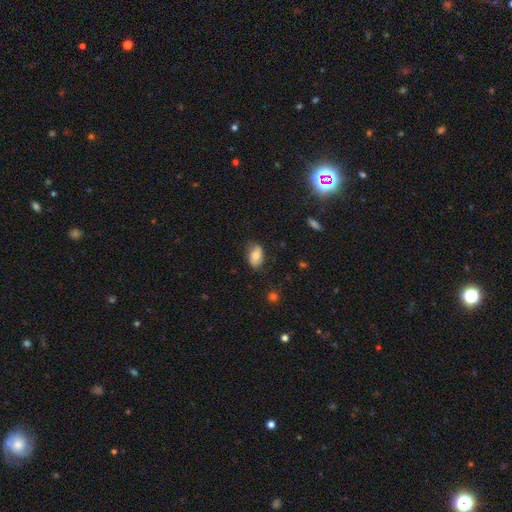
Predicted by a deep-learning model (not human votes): smooth-or-featured: smooth: 64% | featured or disk: 28% | star or artifact: 8%
  how-rounded: in between: 86% | round: 12% | cigar-shaped: 2%
  merging: none: 72% | minor disturbance: 21% | major disturbance: 5% | merger: 1%